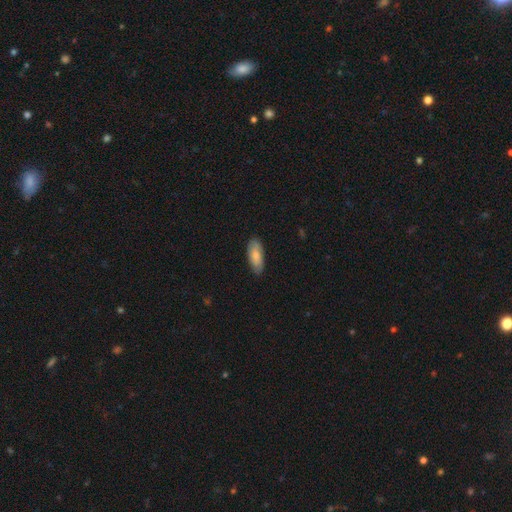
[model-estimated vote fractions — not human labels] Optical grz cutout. It shows a smooth galaxy with no disk features (76%) that is in between round and cigar-shaped (83%). Merging: none (83%).